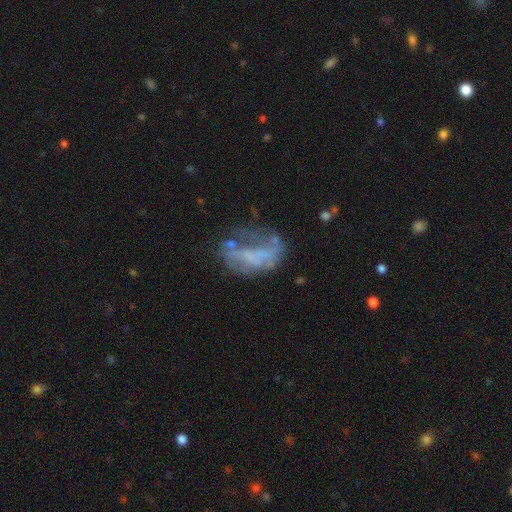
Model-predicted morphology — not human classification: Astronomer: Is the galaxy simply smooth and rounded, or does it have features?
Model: featured or disk — 57%.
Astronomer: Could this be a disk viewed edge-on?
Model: no — 96%.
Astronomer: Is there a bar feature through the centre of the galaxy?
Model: no — 68%.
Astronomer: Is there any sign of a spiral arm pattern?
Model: no — 72%.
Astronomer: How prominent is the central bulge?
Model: none — 69%.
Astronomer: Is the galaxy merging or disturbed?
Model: none — 35%, tied with major disturbance at 35%.